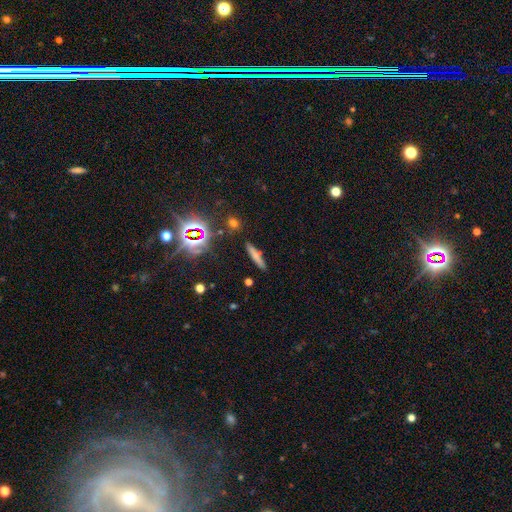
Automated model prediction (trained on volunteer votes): This appears to be a smooth galaxy with no disk features (66%) that is cigar-shaped (89%). Merging: none (85%).